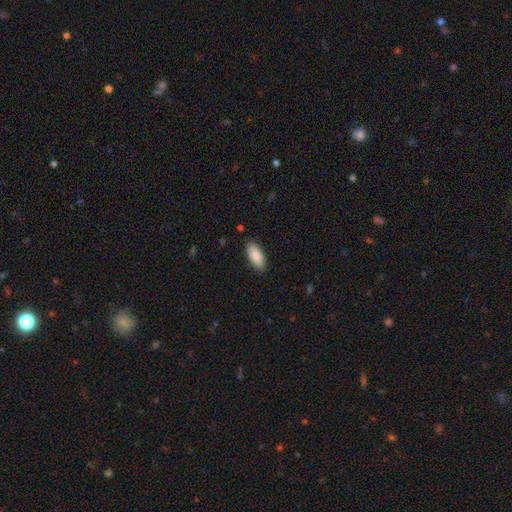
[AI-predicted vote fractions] smooth_or_featured: smooth (p=0.87) [alt: featured or disk p=0.07]
how_rounded: in between (p=0.85) [alt: cigar-shaped p=0.13]
merging: none (p=0.88) [alt: minor disturbance p=0.09]